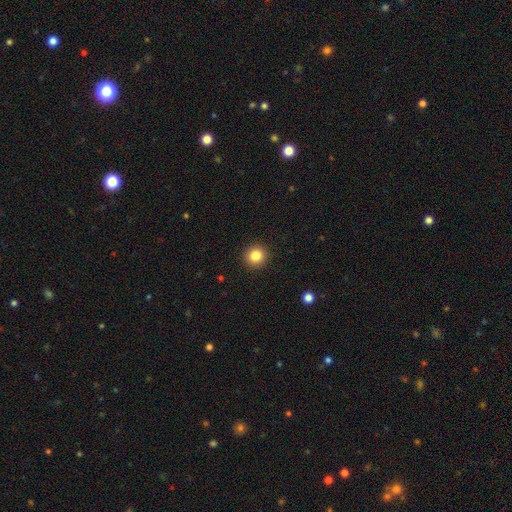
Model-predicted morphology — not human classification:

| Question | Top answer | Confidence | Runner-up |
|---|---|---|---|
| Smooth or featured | smooth | 84% | star or artifact (10%) |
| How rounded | round | 92% | in between (7%) |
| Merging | none | 92% | minor disturbance (5%) |